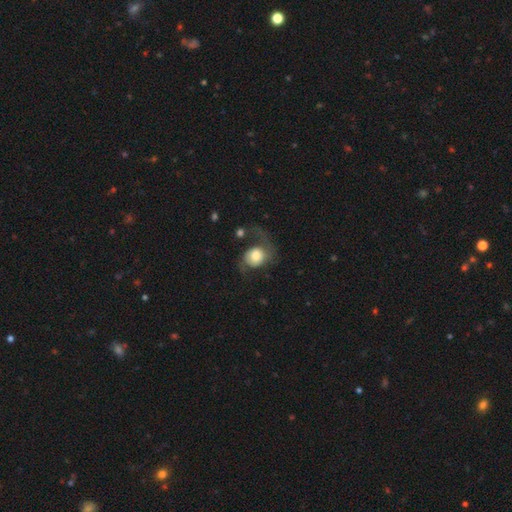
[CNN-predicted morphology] smooth-or-featured: featured or disk: 50% | smooth: 43% | star or artifact: 7%
  merging: major disturbance: 38% (tied) | none: 38% (tied) | minor disturbance: 19% | merger: 4%